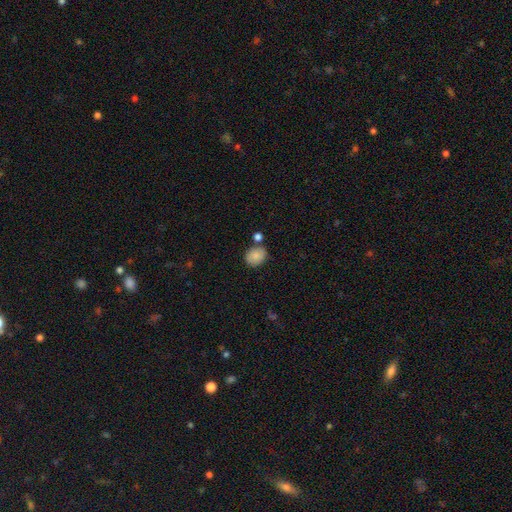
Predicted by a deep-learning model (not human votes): Smooth or featured: smooth — 84% (featured or disk — 8%)
How rounded: round — 55% (in between — 44%)
Merging: none — 71% (minor disturbance — 13%)